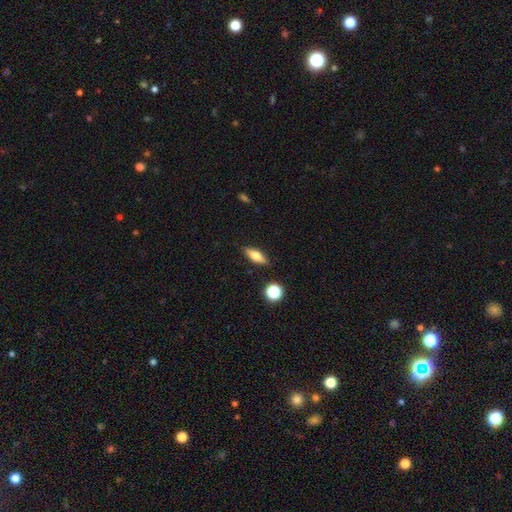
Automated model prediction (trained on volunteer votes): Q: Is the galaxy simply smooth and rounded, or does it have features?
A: smooth — 60%.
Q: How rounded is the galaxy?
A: in between — 59%.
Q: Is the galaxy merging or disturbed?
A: none — 87%.